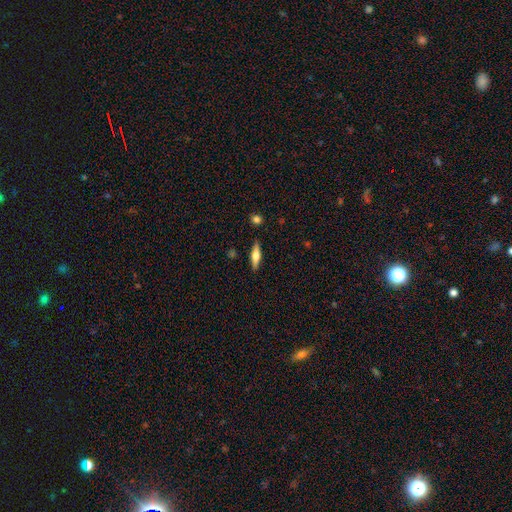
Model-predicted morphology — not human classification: Smooth or featured? Predicted: smooth (p=0.51). How rounded? Predicted: cigar-shaped (p=0.63). Merging? Predicted: none (p=0.87).